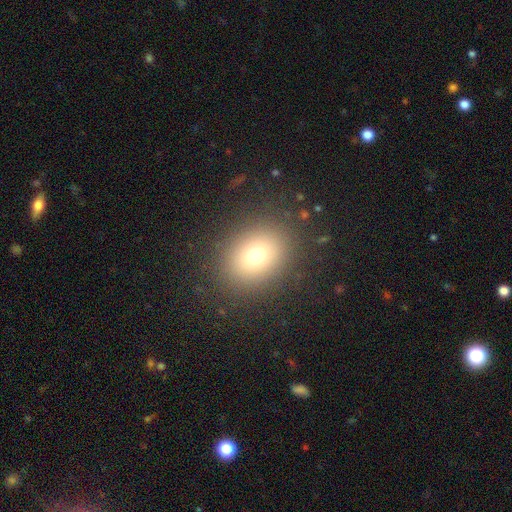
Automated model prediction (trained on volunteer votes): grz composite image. It shows a smooth galaxy with no disk features (73%) that is round (52%). Merging: none (85%).